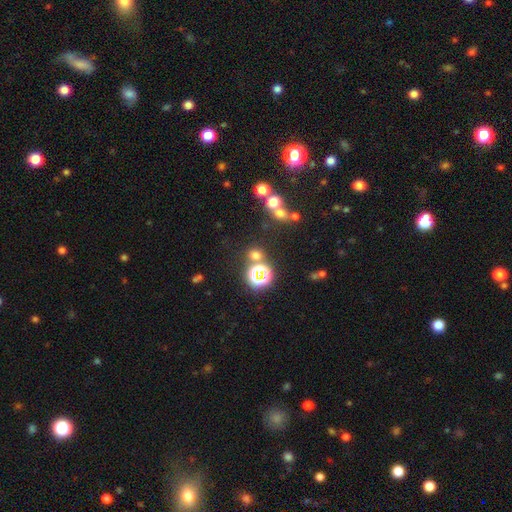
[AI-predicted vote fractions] smooth 55%, star or artifact 37%, featured or disk 8%. Down the decision tree: how rounded — round (81%); merging — none (72%).